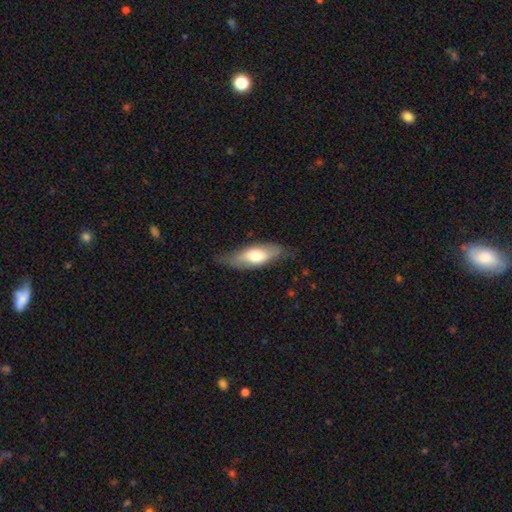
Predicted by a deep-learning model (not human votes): smooth 59%, featured or disk 36%, star or artifact 5%. Down the decision tree: how rounded — in between (70%); merging — none (70%).